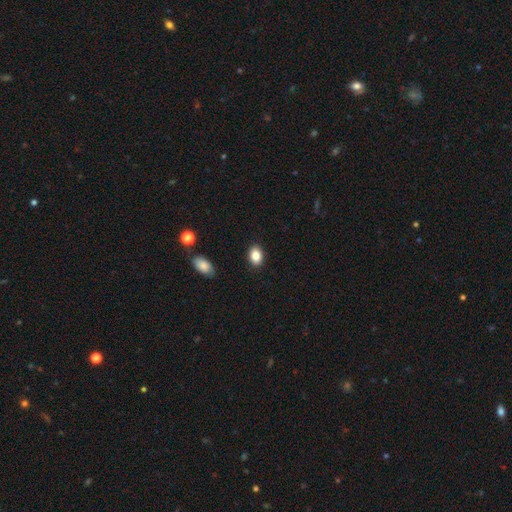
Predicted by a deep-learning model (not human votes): smooth-or-featured: smooth: 85% | star or artifact: 9% | featured or disk: 7%
  how-rounded: in between: 75% | round: 24% | cigar-shaped: 1%
  merging: none: 89% | minor disturbance: 8% | major disturbance: 2% | merger: 1%